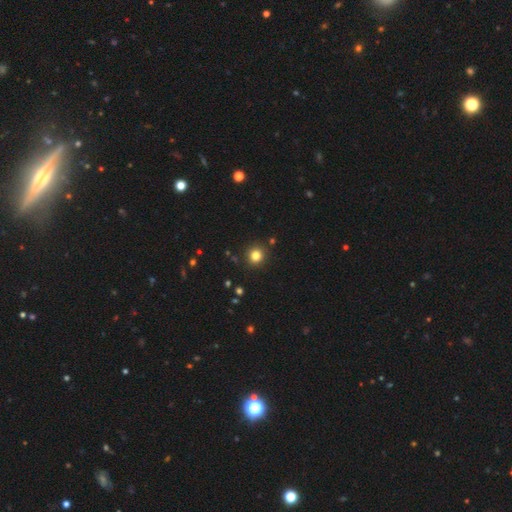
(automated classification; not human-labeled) Smooth or featured: smooth — 81% (star or artifact — 13%)
How rounded: round — 91% (in between — 8%)
Merging: none — 90% (minor disturbance — 6%)